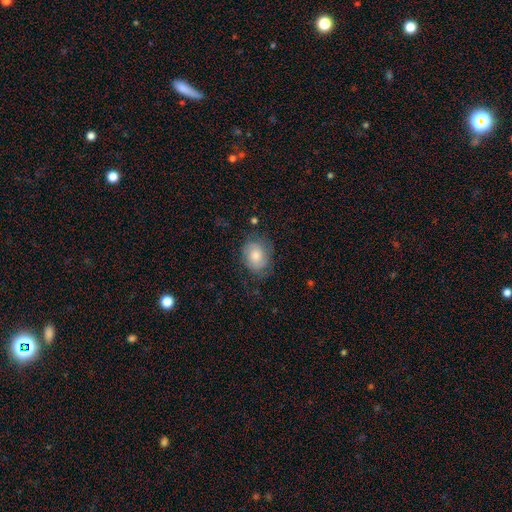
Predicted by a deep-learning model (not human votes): The model was most divided on "how rounded": in between: 55%, round: 44%, cigar-shaped: 1%. More confident: merging — none (62%); smooth or featured — smooth (59%).